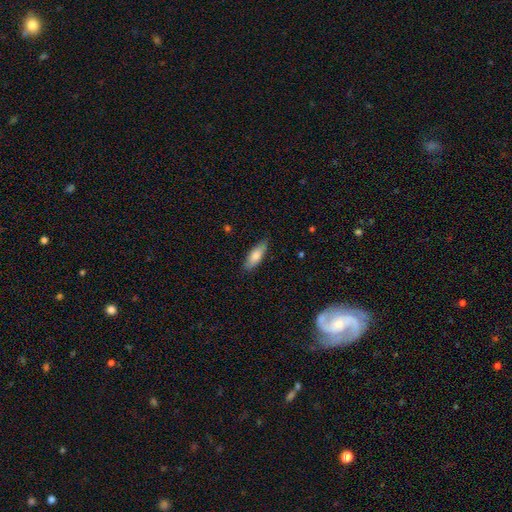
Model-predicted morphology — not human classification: Overall: smooth (77%). How rounded: in between (61%; cigar-shaped 37%). Merging: none (81%).